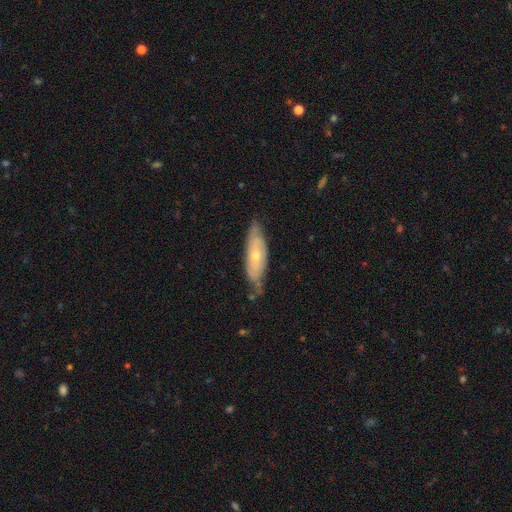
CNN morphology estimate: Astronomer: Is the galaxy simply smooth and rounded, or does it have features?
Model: featured or disk — 57% (runner-up: smooth, 37%).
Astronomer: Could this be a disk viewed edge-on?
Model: no — 72%.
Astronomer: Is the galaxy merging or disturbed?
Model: none — 64%.